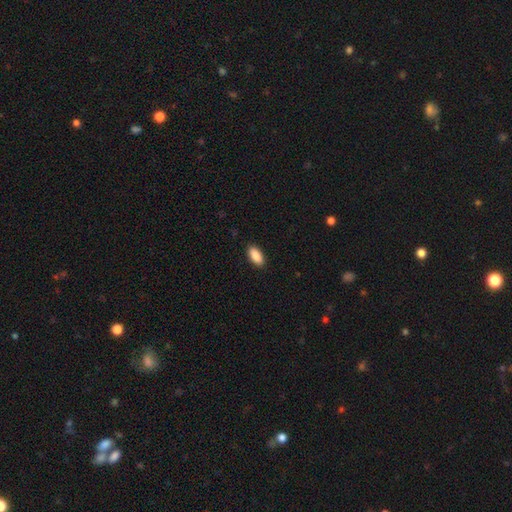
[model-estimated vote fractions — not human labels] Smooth or featured?
  - smooth: 90% *
  - star or artifact: 6%
  - featured or disk: 4%
How rounded?
  - in between: 91% *
  - cigar-shaped: 6%
  - round: 2%
Merging?
  - none: 90% *
  - minor disturbance: 7%
  - major disturbance: 2%
  - merger: 1%